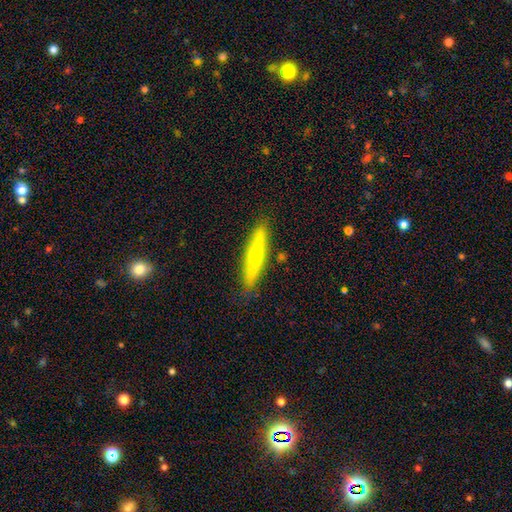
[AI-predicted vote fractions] The model was most divided on "smooth or featured": featured or disk: 54%, smooth: 40%, star or artifact: 6%. More confident: edge-on disk — yes (91%); merging — none (88%).